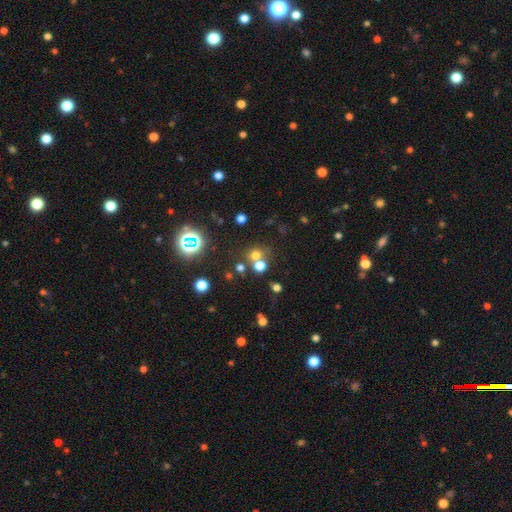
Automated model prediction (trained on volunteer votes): A smooth galaxy with no disk features (59%) that is round (84%). Merging: none (59%).